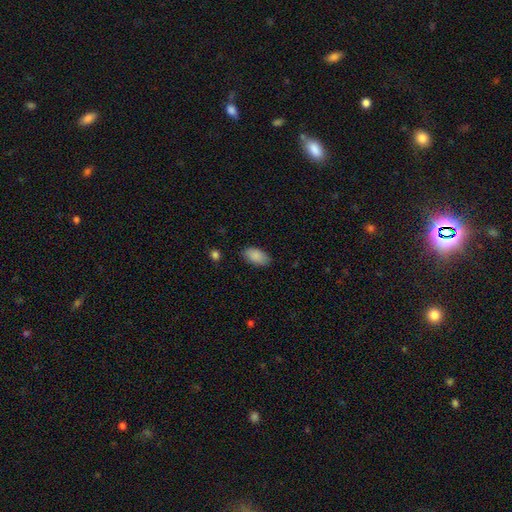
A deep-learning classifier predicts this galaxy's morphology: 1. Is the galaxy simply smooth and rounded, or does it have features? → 89% smooth, 7% star or artifact, 4% featured or disk.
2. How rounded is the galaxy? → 94% in between, 4% round, 2% cigar-shaped.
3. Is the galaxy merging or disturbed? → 83% none, 13% minor disturbance, 3% major disturbance, 1% merger.